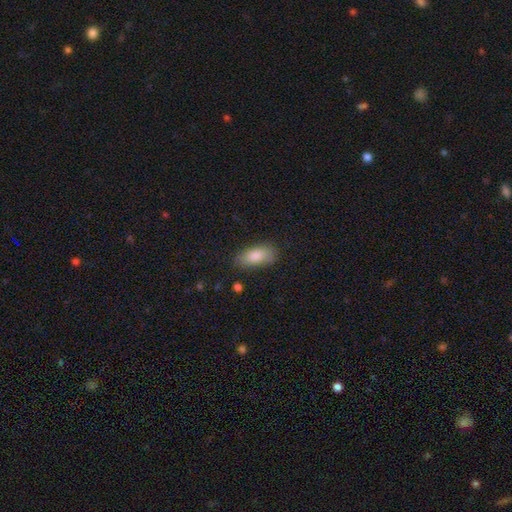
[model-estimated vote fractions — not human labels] Smooth or featured: smooth — 83% (featured or disk — 10%)
How rounded: in between — 85% (cigar-shaped — 12%)
Merging: none — 81% (minor disturbance — 15%)